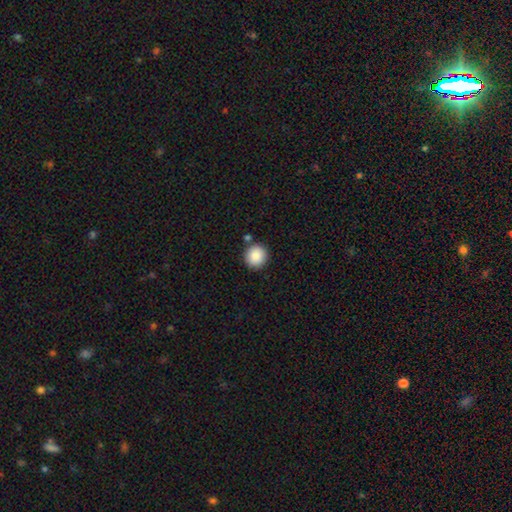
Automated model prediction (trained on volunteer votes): Q: Smooth or featured?
A: smooth (88%); runner-up: star or artifact (8%)
Q: How rounded?
A: round (91%); runner-up: in between (8%)
Q: Merging?
A: none (85%); runner-up: minor disturbance (7%)